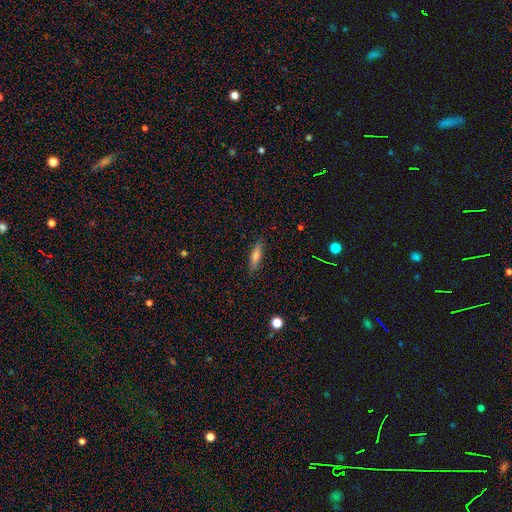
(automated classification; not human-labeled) A smooth galaxy with no disk features (65%) that is cigar-shaped (74%). Merging: none (87%).